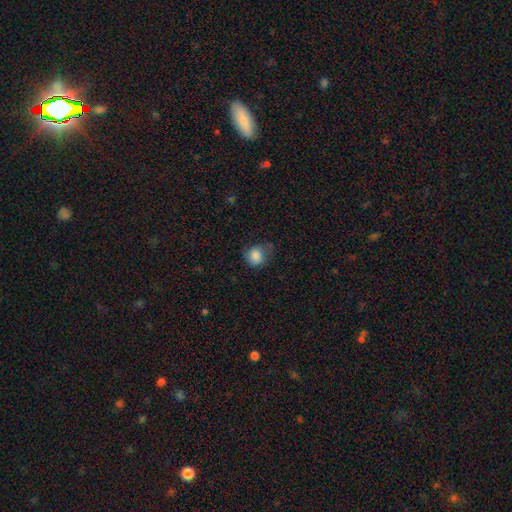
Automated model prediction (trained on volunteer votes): Smooth or featured: smooth — 85% (star or artifact — 9%)
How rounded: round — 74% (in between — 25%)
Merging: none — 49% (minor disturbance — 35%)